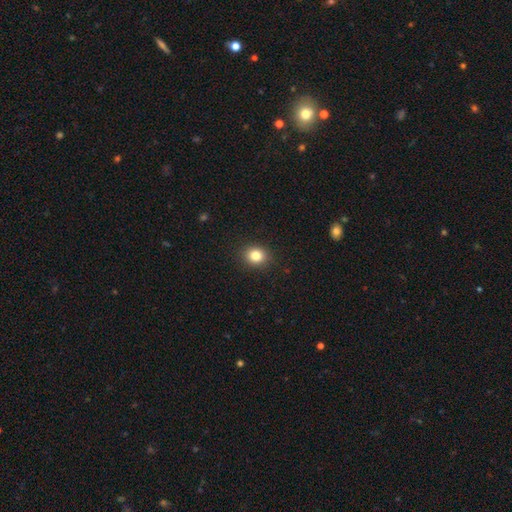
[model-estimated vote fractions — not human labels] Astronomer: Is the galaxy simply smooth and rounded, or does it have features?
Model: smooth — 83%.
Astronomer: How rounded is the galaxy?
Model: round — 70%.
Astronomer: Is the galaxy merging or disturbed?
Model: none — 90%.